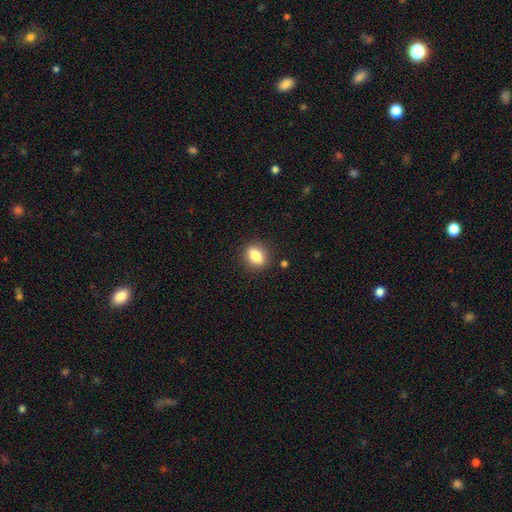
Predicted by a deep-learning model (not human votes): This is clearly a smooth galaxy (82%). How rounded: likely in between (60%). Merging: clearly none (88%).